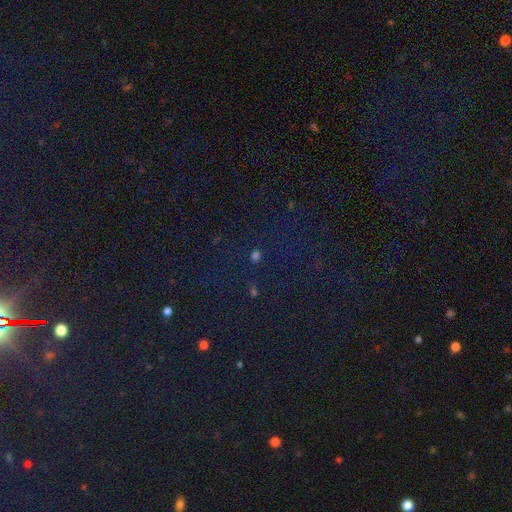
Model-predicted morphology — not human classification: Smooth or featured? star or artifact (48%)